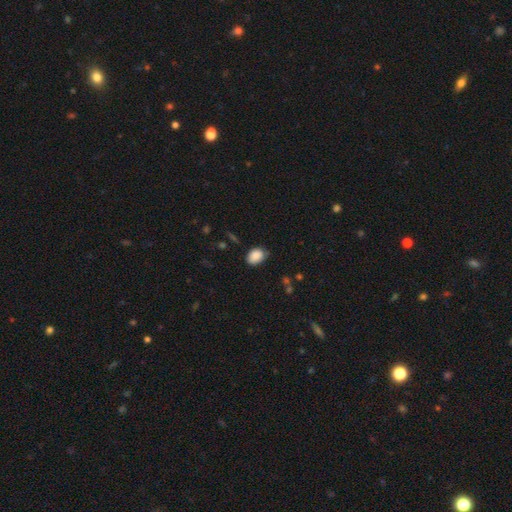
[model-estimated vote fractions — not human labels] smooth_or_featured: smooth (p=0.87) [alt: star or artifact p=0.08]
how_rounded: in between (p=0.68) [alt: round p=0.31]
merging: none (p=0.70) [alt: minor disturbance p=0.23]